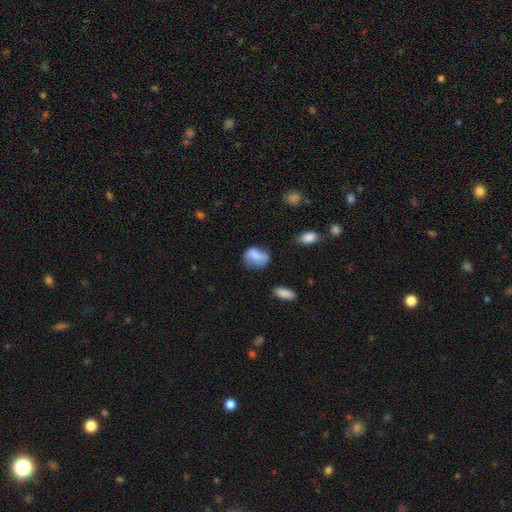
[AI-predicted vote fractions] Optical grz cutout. It shows a smooth galaxy with no disk features (72%) that is in between round and cigar-shaped (60%). Merging: none (48%).